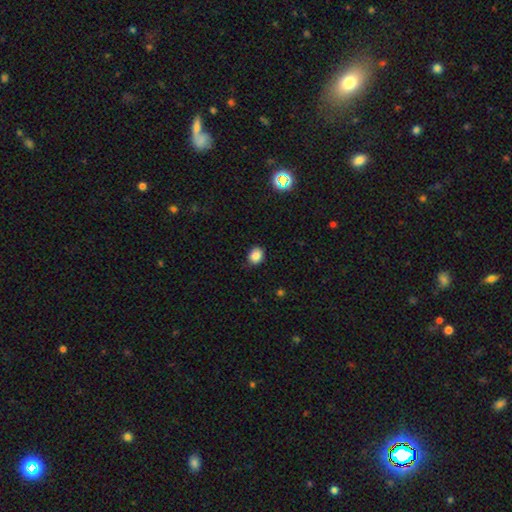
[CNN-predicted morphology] Overall: smooth (85%). How rounded: round (63%; in between 36%). Merging: none (85%).